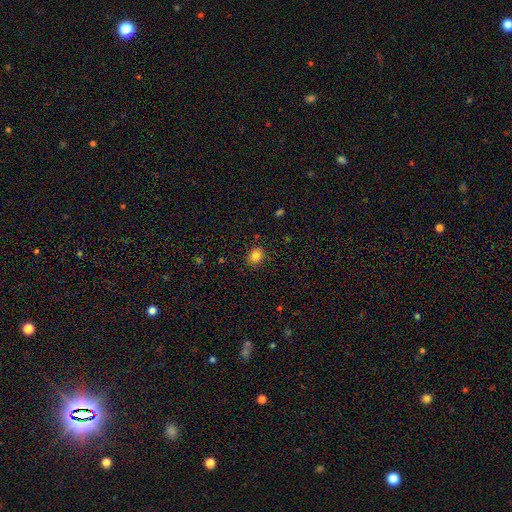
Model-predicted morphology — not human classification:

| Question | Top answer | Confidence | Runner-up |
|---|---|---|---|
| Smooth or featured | smooth | 84% | star or artifact (12%) |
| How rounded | round | 73% | in between (26%) |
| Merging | none | 87% | minor disturbance (9%) |